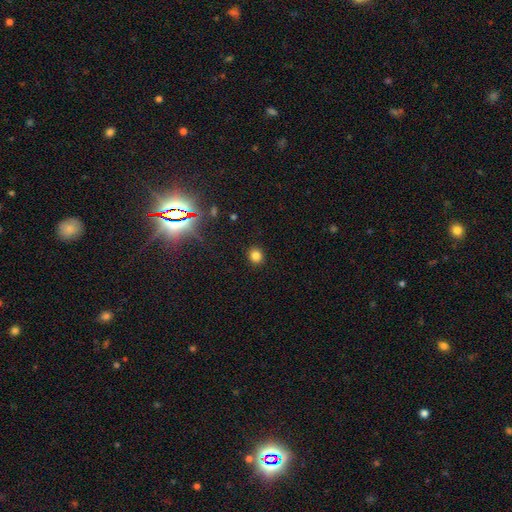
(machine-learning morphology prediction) Smooth or featured: smooth — 80% (star or artifact — 15%)
How rounded: round — 85% (in between — 14%)
Merging: none — 91% (minor disturbance — 6%)